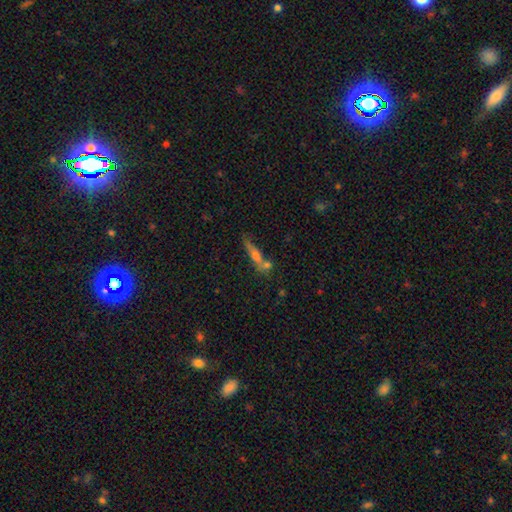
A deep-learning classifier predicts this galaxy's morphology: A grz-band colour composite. It shows a featured or disk galaxy (50%) viewed edge-on (84%). Merging: none (53%).